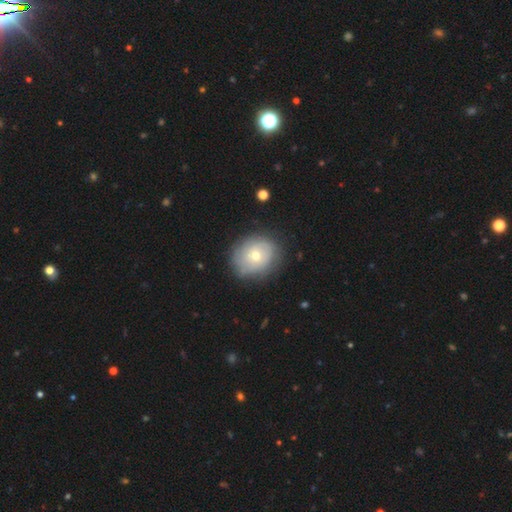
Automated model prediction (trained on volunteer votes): Morphology: type=featured or disk (48%); merging=none (79%).